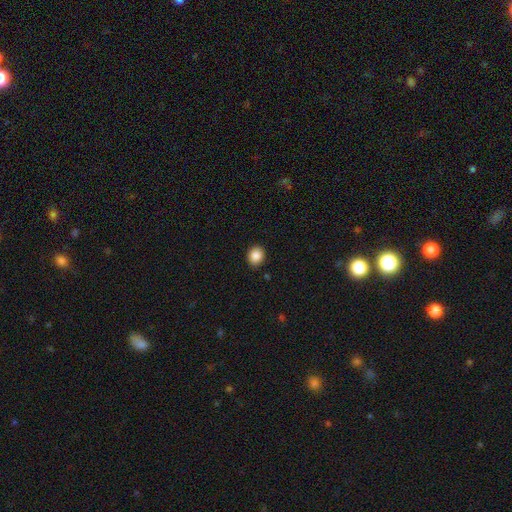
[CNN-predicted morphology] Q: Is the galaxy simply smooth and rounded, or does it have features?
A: smooth — 87%.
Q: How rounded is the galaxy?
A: round — 64%.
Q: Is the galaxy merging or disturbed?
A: none — 91%.